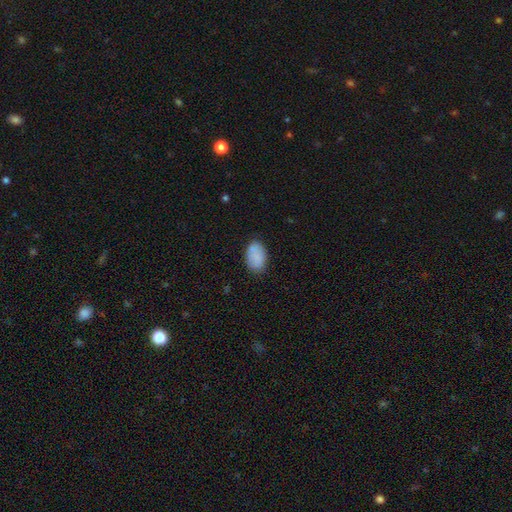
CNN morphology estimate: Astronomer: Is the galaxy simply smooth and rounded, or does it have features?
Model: smooth — 86%.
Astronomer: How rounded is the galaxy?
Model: in between — 91%.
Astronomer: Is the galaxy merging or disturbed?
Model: none — 78%.